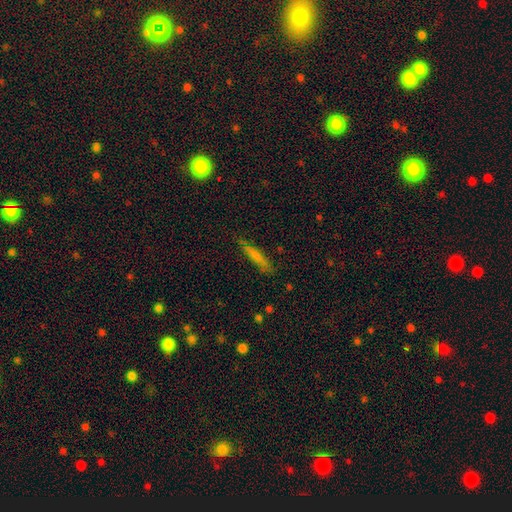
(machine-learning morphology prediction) This is likely a smooth galaxy (68%). How rounded: clearly cigar-shaped (88%). Merging: likely none (77%).